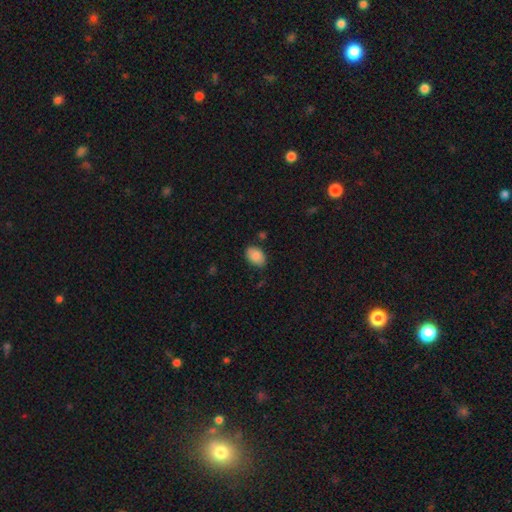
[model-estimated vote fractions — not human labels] Smooth or featured? Predicted: smooth (p=0.85). How rounded? Predicted: in between (p=0.85). Merging? Predicted: none (p=0.77).